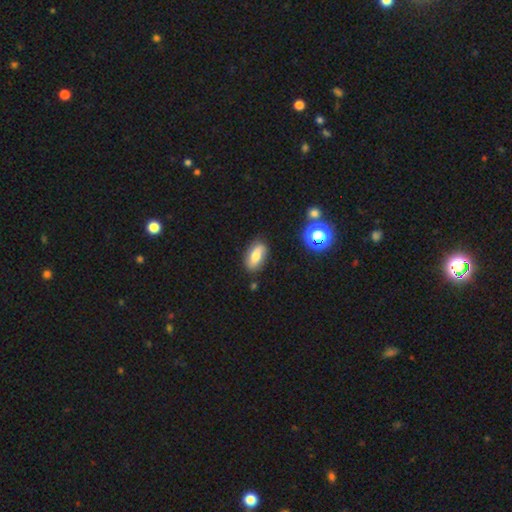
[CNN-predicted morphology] Smooth or featured: smooth — 69% (featured or disk — 21%)
How rounded: in between — 88% (cigar-shaped — 7%)
Merging: none — 80% (minor disturbance — 14%)